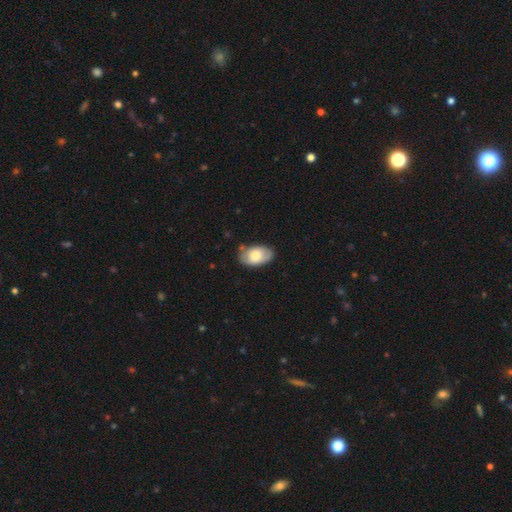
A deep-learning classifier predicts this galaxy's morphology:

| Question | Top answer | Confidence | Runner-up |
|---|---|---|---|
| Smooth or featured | smooth | 72% | featured or disk (22%) |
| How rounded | in between | 93% | round (5%) |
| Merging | none | 73% | minor disturbance (21%) |